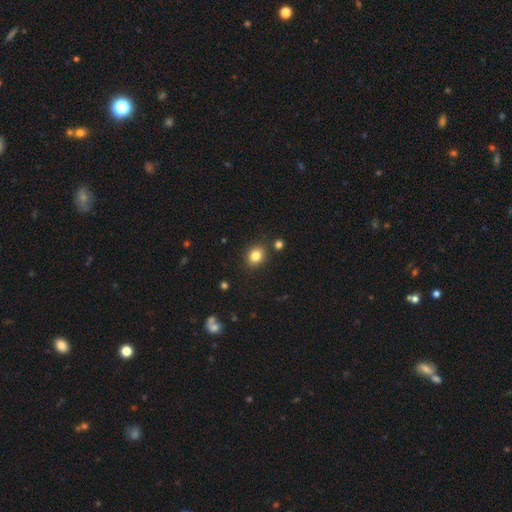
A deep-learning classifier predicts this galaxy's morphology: Smooth or featured? smooth (83%)
How rounded? round (50%)
Merging? none (84%)